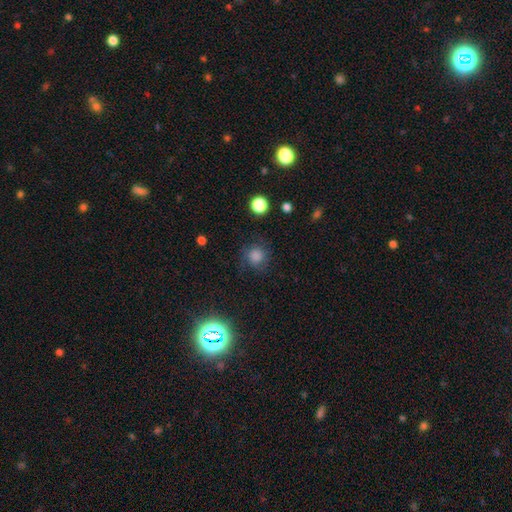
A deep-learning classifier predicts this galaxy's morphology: Smooth or featured: smooth — 68% (star or artifact — 21%)
How rounded: round — 90% (in between — 9%)
Merging: none — 78% (minor disturbance — 14%)